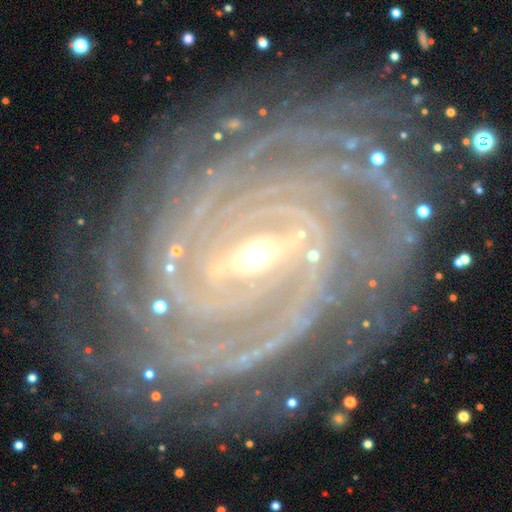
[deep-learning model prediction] The model was most divided on "spiral arm count": can't tell: 25%, 4: 19%, more than 4: 17%, 2: 17%, 3: 14%, 1: 9%. More confident: spiral arms — yes (98%); edge-on disk — no (96%); smooth or featured — featured or disk (89%); spiral winding — tight (82%); merging — none (82%); bulge size — small (67%); bar — strong (53%).